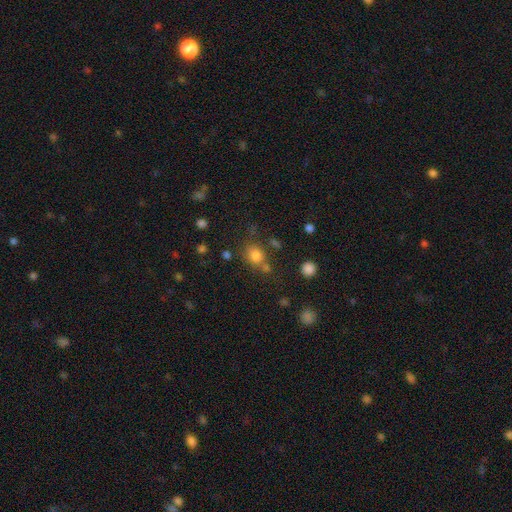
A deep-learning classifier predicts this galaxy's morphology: Smooth or featured: smooth — 78% (star or artifact — 15%)
How rounded: round — 60% (in between — 39%)
Merging: none — 62% (merger — 18%)